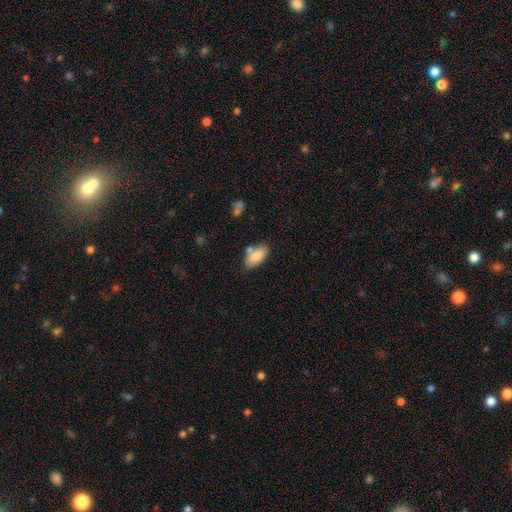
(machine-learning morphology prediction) This appears to be a smooth galaxy with no disk features (83%) that is in between round and cigar-shaped (92%). Merging: none (66%).